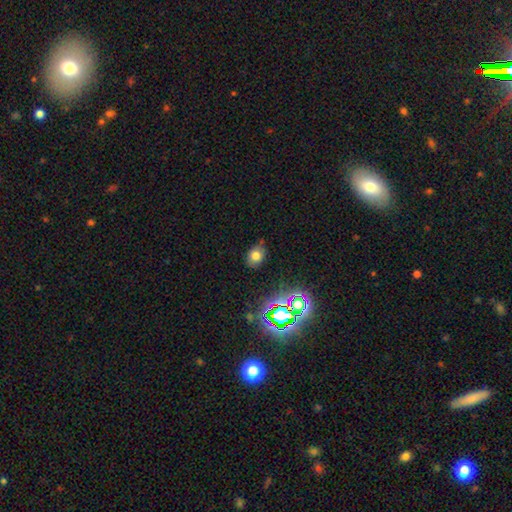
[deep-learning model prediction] Morphology: type=smooth (71%); roundness=in between (57%); merging=none (74%).